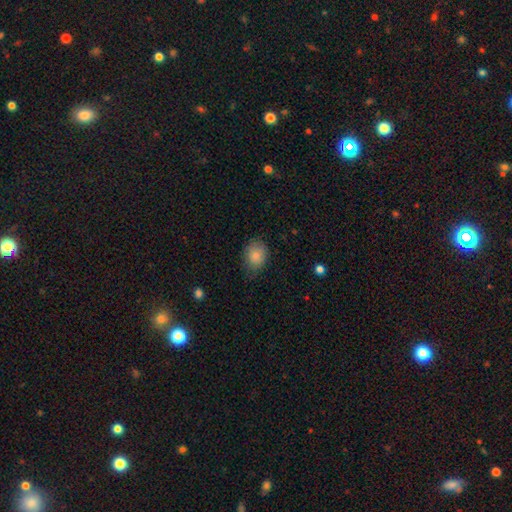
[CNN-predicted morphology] smooth_or_featured: smooth (p=0.86) [alt: star or artifact p=0.08]
how_rounded: round (p=0.52) [alt: in between p=0.47]
merging: none (p=0.71) [alt: minor disturbance p=0.23]